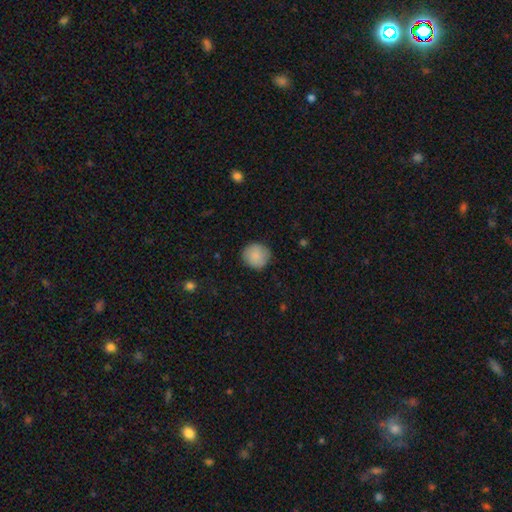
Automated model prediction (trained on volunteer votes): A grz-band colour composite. It shows a smooth galaxy with no disk features (88%) that is round (93%). Merging: none (89%).